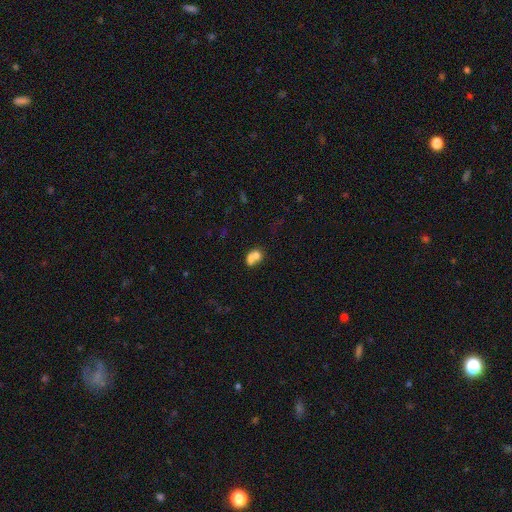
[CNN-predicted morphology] This is likely a smooth galaxy (68%). How rounded: possibly in between (52%). Merging: likely merger (64%).